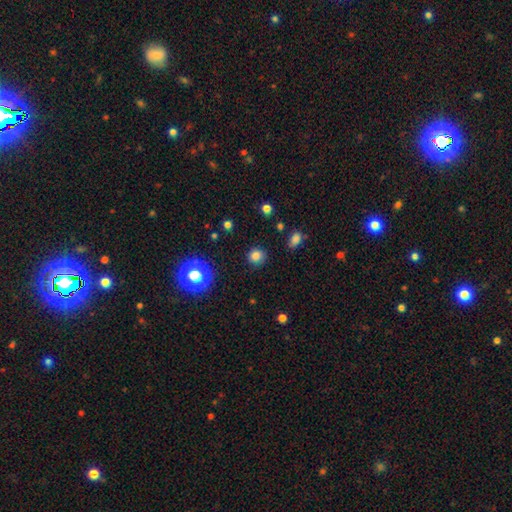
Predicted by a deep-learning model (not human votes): Overall: smooth (80%). How rounded: round (83%). Merging: none (85%).